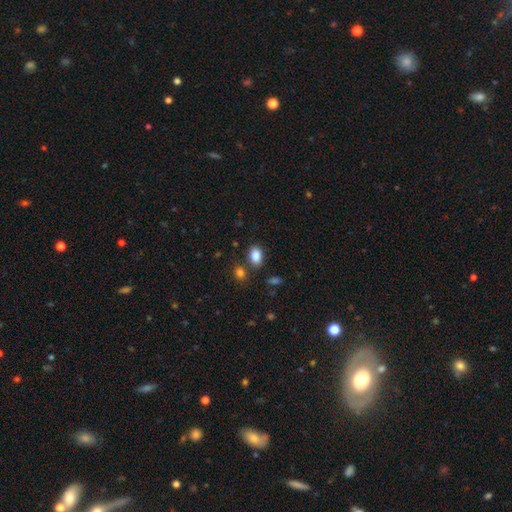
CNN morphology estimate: A smooth galaxy with no disk features (87%) that is in between round and cigar-shaped (82%).

Vote fractions:
- Smooth or featured? smooth: 87% / star or artifact: 9% / featured or disk: 5%
- How rounded? in between: 82% / round: 17% / cigar-shaped: 1%
- Merging? none: 76% / minor disturbance: 12% / merger: 9% / major disturbance: 4%